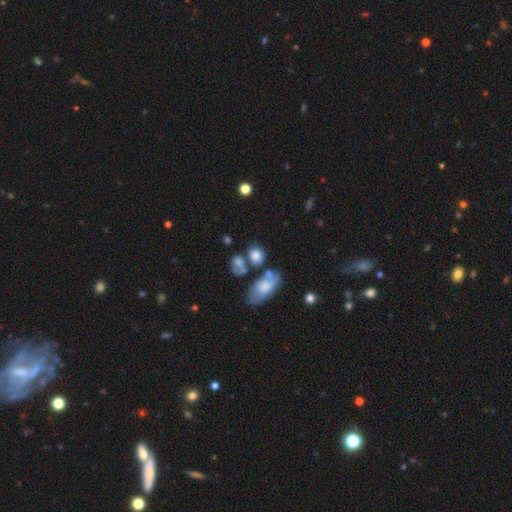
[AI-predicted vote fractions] Smooth or featured: smooth — 80% (featured or disk — 10%)
How rounded: round — 57% (in between — 41%)
Merging: none — 53% (merger — 23%)